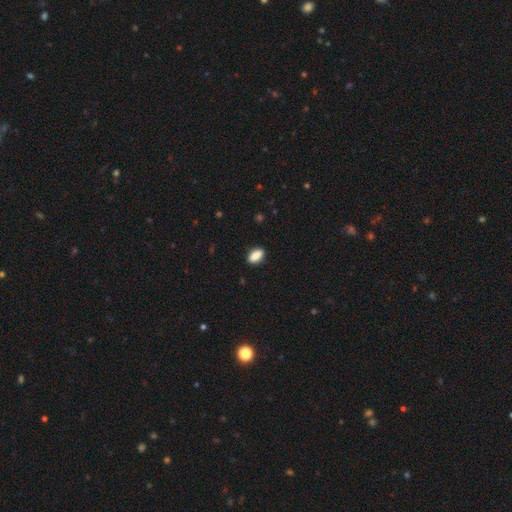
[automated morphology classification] Smooth or featured: smooth — 86% (star or artifact — 8%)
How rounded: in between — 86% (cigar-shaped — 8%)
Merging: none — 88% (minor disturbance — 9%)